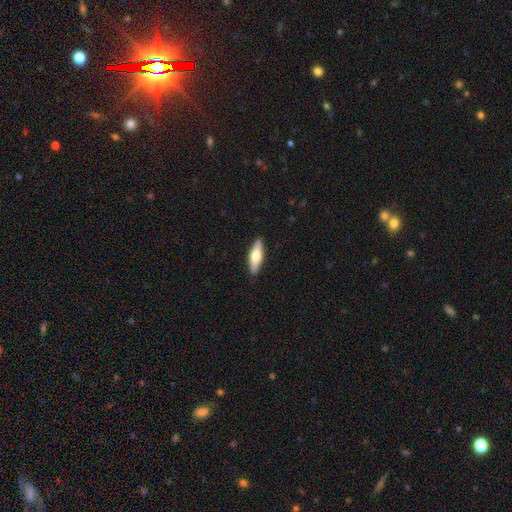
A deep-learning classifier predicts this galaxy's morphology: Smooth or featured? Predicted: smooth (p=0.56). How rounded? Predicted: cigar-shaped (p=0.50). Merging? Predicted: none (p=0.89).